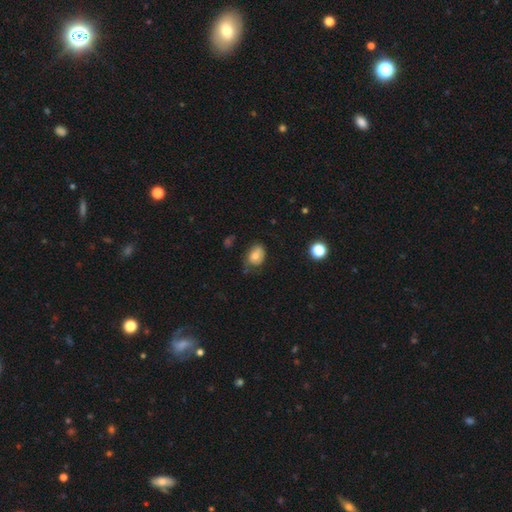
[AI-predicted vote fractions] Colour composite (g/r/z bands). It shows a smooth galaxy with no disk features (76%) that is in between round and cigar-shaped (77%). Merging: none (54%).